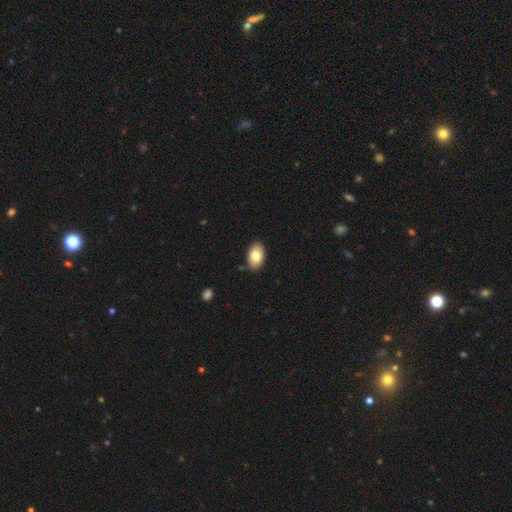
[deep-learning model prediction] Smooth or featured? Predicted: smooth (p=0.82). How rounded? Predicted: in between (p=0.92). Merging? Predicted: none (p=0.87).